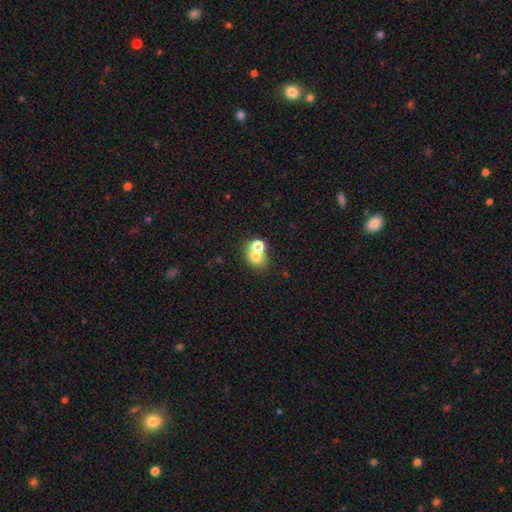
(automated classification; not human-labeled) Morphology: type=smooth (71%); roundness=round (66%); merging=merger (56%).